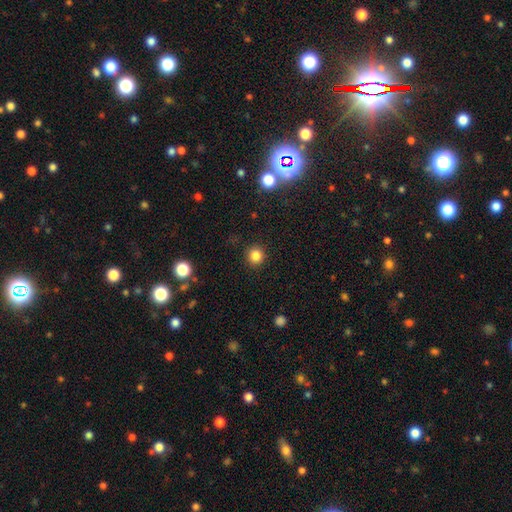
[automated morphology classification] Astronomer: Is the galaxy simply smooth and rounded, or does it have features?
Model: smooth — 83%.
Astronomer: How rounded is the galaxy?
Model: round — 93%.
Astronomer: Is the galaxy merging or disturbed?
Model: none — 91%.